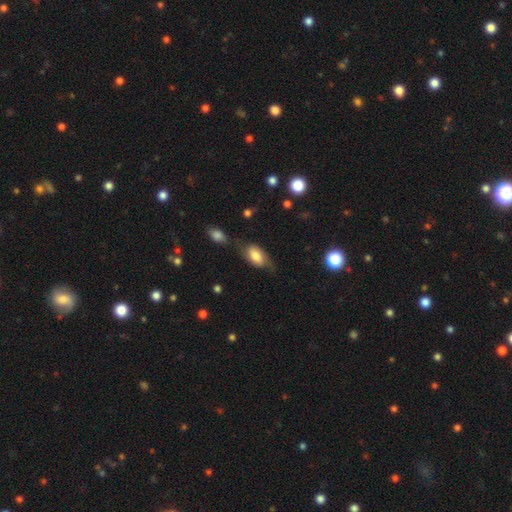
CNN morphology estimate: Smooth or featured: smooth — 64% (featured or disk — 28%)
How rounded: in between — 90% (round — 6%)
Merging: none — 53% (minor disturbance — 27%)